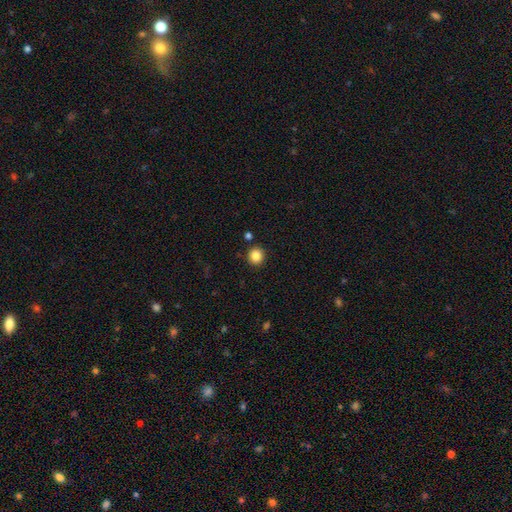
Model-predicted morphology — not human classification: type=smooth (85%); roundness=round (92%); merging=none (90%).